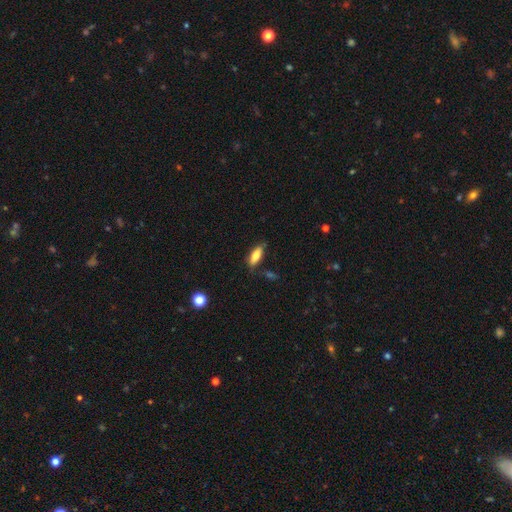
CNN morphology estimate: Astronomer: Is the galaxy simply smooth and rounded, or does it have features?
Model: smooth — 77%.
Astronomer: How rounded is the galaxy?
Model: in between — 70%.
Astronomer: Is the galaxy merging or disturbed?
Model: none — 74%.